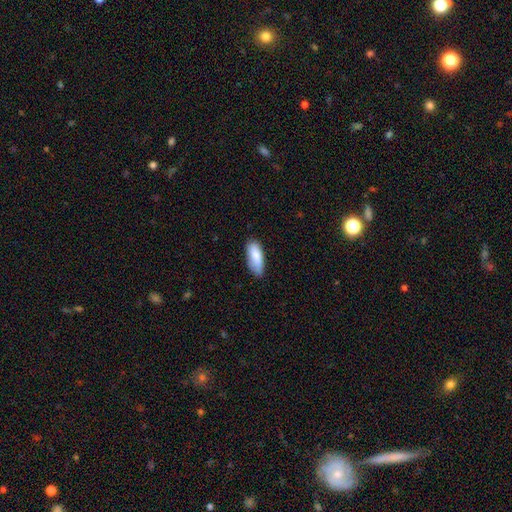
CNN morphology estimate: Overall: smooth (82%). How rounded: in between (80%). Merging: none (72%).